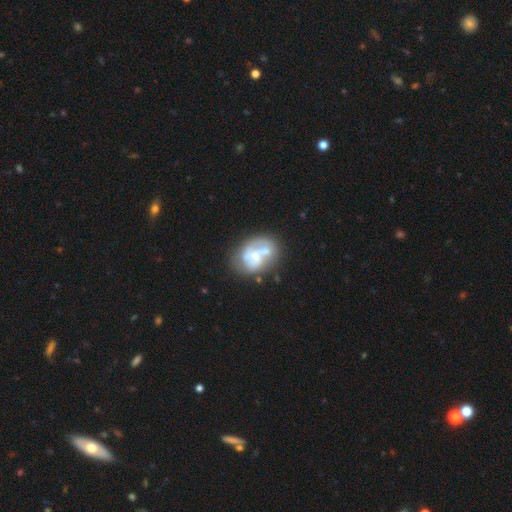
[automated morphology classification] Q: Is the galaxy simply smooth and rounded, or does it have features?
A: featured or disk — 62%.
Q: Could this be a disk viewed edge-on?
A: no — 97%.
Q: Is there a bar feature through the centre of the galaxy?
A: no — 68%.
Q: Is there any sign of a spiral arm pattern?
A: yes — 53%.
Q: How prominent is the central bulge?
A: small — 44%, tied with moderate.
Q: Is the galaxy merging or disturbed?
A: none — 36%.